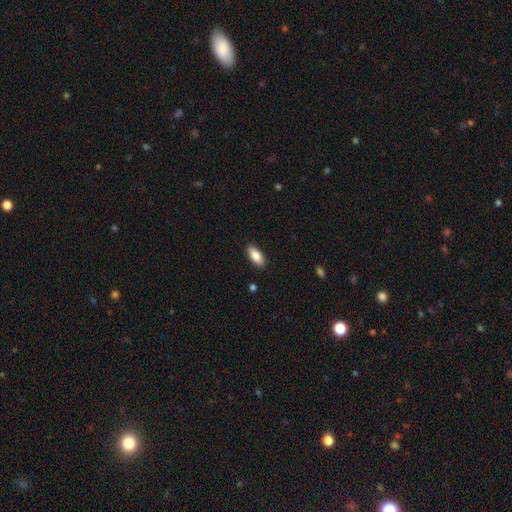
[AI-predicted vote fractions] A smooth galaxy with no disk features (83%) that is in between round and cigar-shaped (84%). Merging: none (89%).